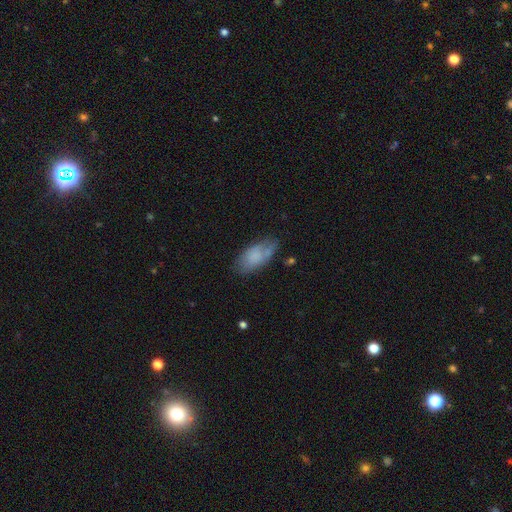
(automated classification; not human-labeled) A smooth galaxy with no disk features (73%) that is in between round and cigar-shaped (91%).

Vote fractions:
- Smooth or featured? smooth: 73% / featured or disk: 20% / star or artifact: 8%
- How rounded? in between: 91% / cigar-shaped: 6% / round: 3%
- Merging? none: 60% / minor disturbance: 27% / major disturbance: 9% / merger: 4%